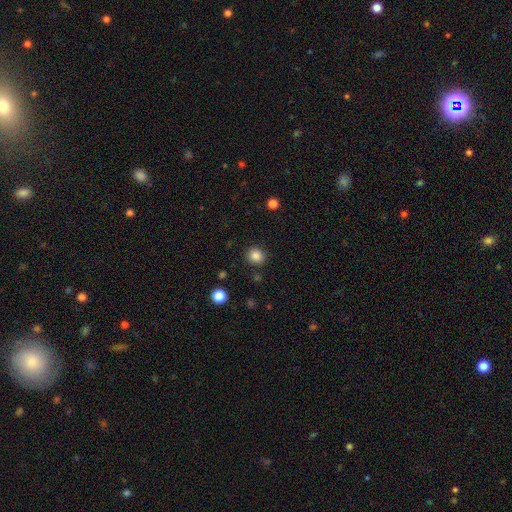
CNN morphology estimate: smooth 85%, star or artifact 11%, featured or disk 4%. Down the decision tree: how rounded — round (89%); merging — none (89%).